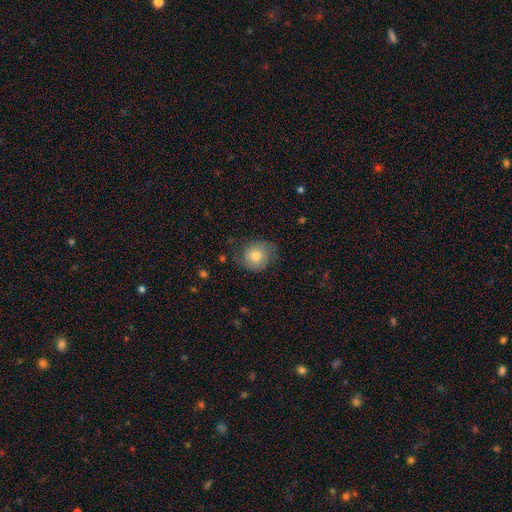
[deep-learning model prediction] Morphology: type=smooth (63%); roundness=round (73%); merging=none (68%).